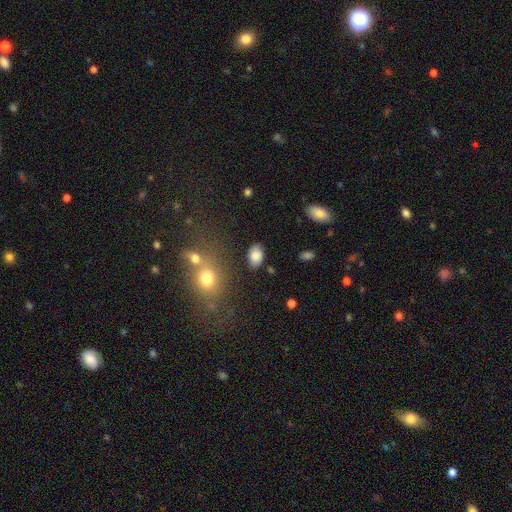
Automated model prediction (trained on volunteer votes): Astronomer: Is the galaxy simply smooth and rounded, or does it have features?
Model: smooth — 84%.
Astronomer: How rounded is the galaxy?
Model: in between — 87%.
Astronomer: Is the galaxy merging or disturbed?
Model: none — 83%.